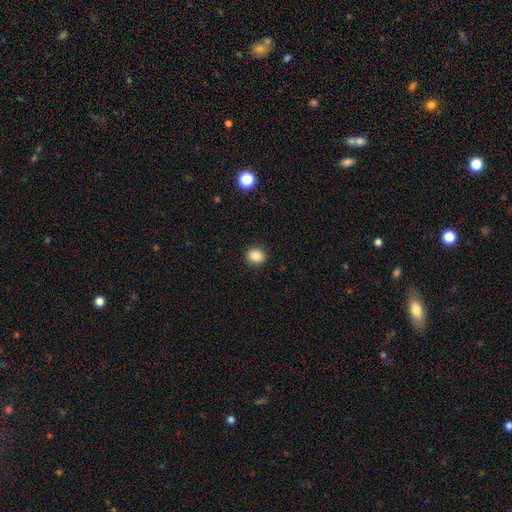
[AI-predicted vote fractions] A smooth galaxy with no disk features (86%) that is round (70%).

Vote fractions:
- Smooth or featured? smooth: 86% / star or artifact: 10% / featured or disk: 5%
- How rounded? round: 70% / in between: 29% / cigar-shaped: 1%
- Merging? none: 91% / minor disturbance: 6% / major disturbance: 2% / merger: 1%